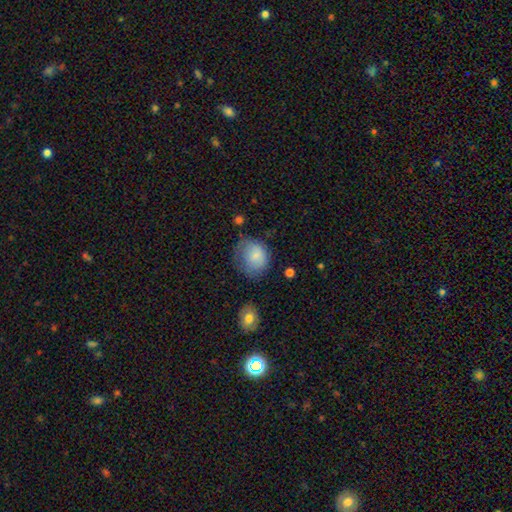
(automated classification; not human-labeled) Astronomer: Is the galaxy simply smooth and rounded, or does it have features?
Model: smooth — 79%.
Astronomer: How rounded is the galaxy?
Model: round — 60% (runner-up: in between, 40%).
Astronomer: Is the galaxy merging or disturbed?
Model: none — 49% (runner-up: minor disturbance, 31%).